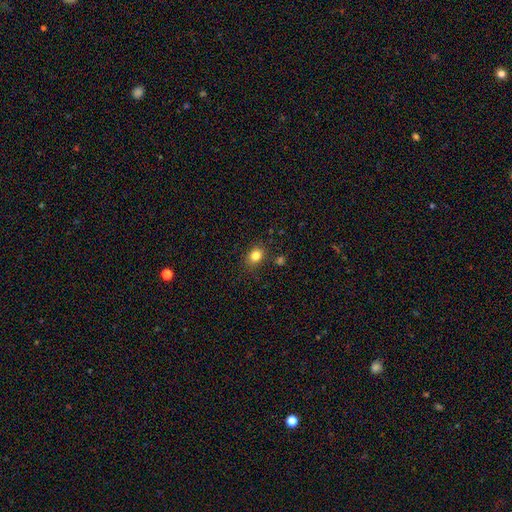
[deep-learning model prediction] Smooth or featured? smooth (82%)
How rounded? round (55%)
Merging? none (83%)